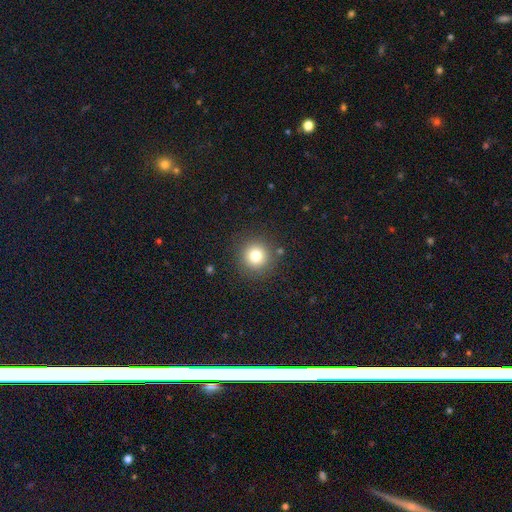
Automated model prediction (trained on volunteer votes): Smooth or featured?
  - smooth: 79% *
  - star or artifact: 13%
  - featured or disk: 8%
How rounded?
  - round: 94% *
  - in between: 5%
  - cigar-shaped: 1%
Merging?
  - none: 88% *
  - minor disturbance: 7%
  - major disturbance: 3%
  - merger: 2%